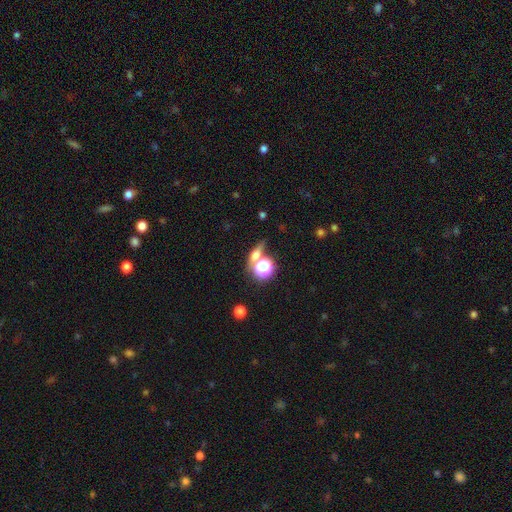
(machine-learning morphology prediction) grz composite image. It shows a smooth galaxy with no disk features (50%). Merging: none (67%).